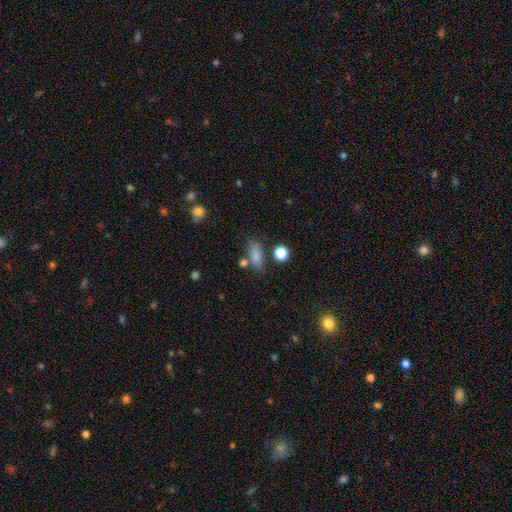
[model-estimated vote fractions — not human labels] Smooth or featured? smooth (82%)
How rounded? in between (77%)
Merging? none (65%)